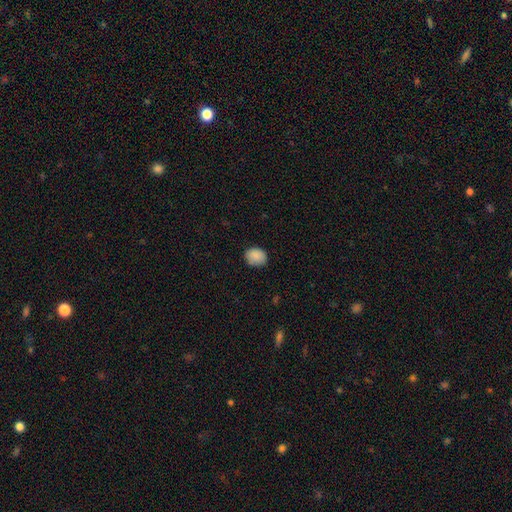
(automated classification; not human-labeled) Q: Smooth or featured?
A: smooth (88%); runner-up: star or artifact (8%)
Q: How rounded?
A: round (50%); runner-up: in between (49%)
Q: Merging?
A: none (80%); runner-up: minor disturbance (16%)